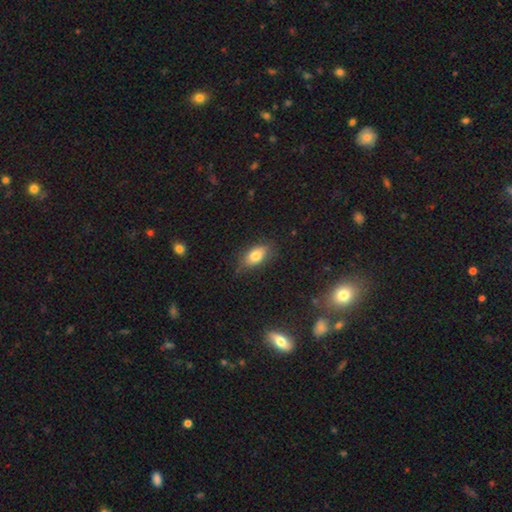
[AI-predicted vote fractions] A smooth galaxy with no disk features (79%) that is in between round and cigar-shaped (89%). Merging: none (77%).